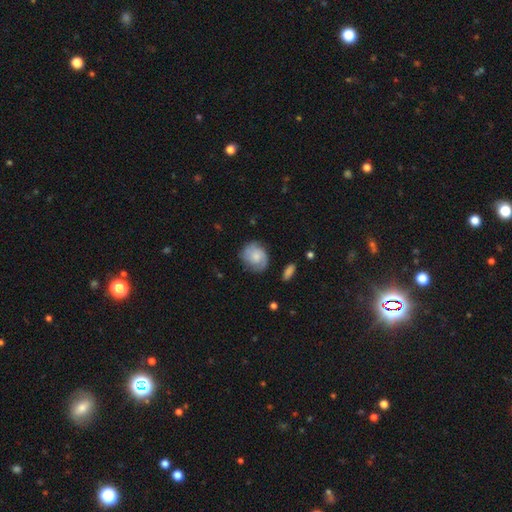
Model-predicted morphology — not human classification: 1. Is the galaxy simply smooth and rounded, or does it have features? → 50% featured or disk, 43% smooth, 7% star or artifact.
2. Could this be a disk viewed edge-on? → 97% no, 3% yes.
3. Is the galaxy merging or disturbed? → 73% none, 19% minor disturbance, 6% major disturbance, 2% merger.